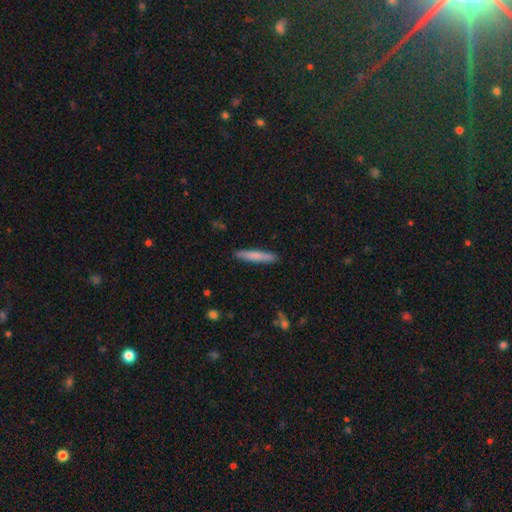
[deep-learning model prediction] A smooth galaxy with no disk features (74%) that is cigar-shaped (93%). Merging: none (90%).